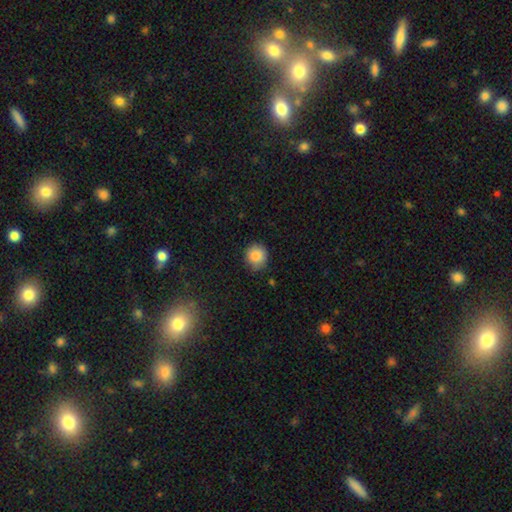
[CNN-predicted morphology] This appears to be a smooth galaxy with no disk features (86%) that is round (87%). Merging: none (82%).